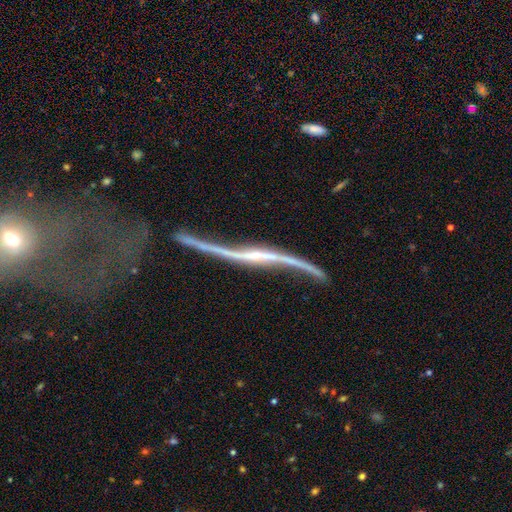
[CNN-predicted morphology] Smooth or featured? featured or disk (82%)
Edge-on disk? yes (69%)
Edge-on bulge? rounded (60%)
Merging? none (42%)